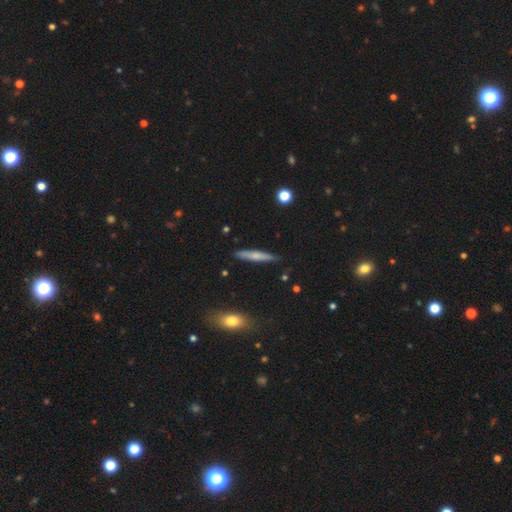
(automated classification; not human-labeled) The model was most divided on "smooth or featured": smooth: 62%, featured or disk: 32%, star or artifact: 6%. More confident: how rounded — cigar-shaped (92%); merging — none (87%).